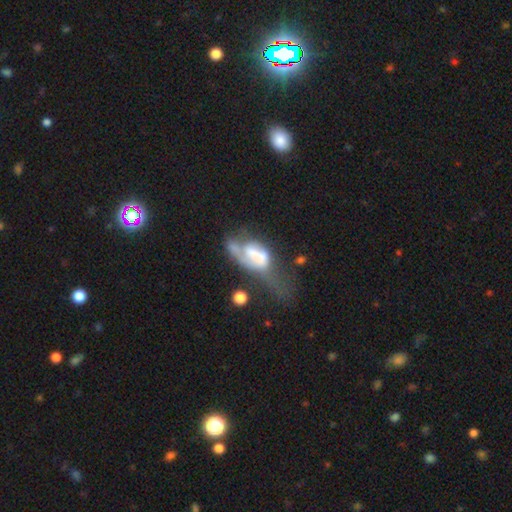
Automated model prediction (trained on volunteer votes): This appears to be a featured or disk galaxy (51%). Merging: major disturbance (51%).